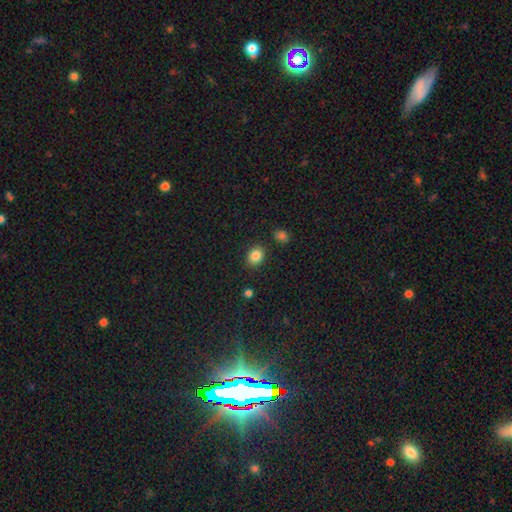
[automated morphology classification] Smooth or featured? smooth (84%)
How rounded? round (54%)
Merging? none (86%)